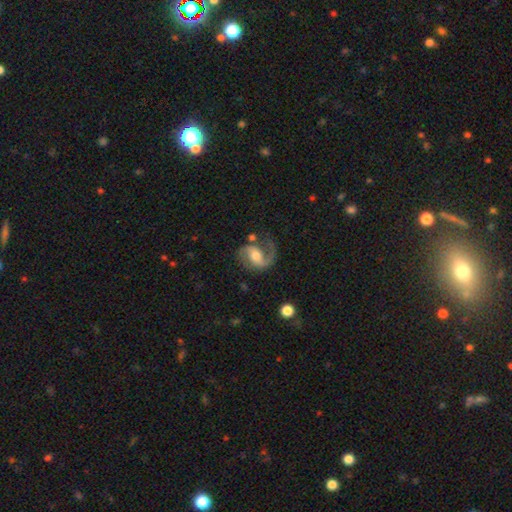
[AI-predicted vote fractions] This appears to be a featured or disk galaxy (84%) with a weak bar (44%), 2 (74%) medium (48%) spiral arms (96%) and a moderate central bulge (63%). Merging: none (60%).